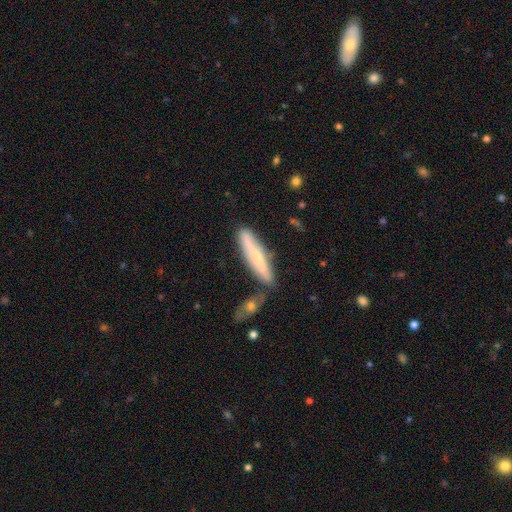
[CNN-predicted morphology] smooth_or_featured: smooth (p=0.53) [alt: featured or disk p=0.41]
how_rounded: cigar-shaped (p=0.86) [alt: in between p=0.13]
merging: none (p=0.72) [alt: minor disturbance p=0.16]